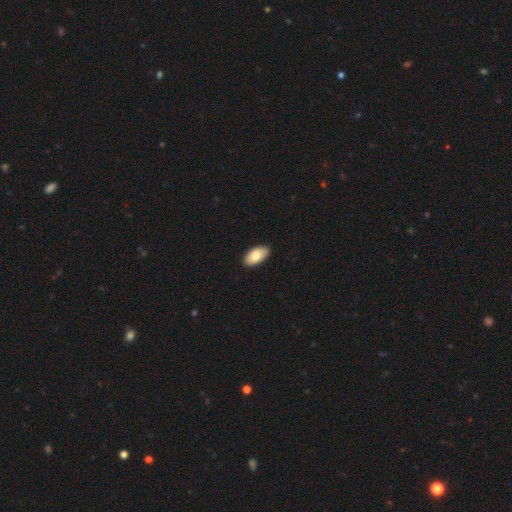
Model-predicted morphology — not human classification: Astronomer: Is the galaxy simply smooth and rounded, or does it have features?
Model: smooth — 84%.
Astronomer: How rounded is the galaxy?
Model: in between — 95%.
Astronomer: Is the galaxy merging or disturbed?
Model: none — 89%.